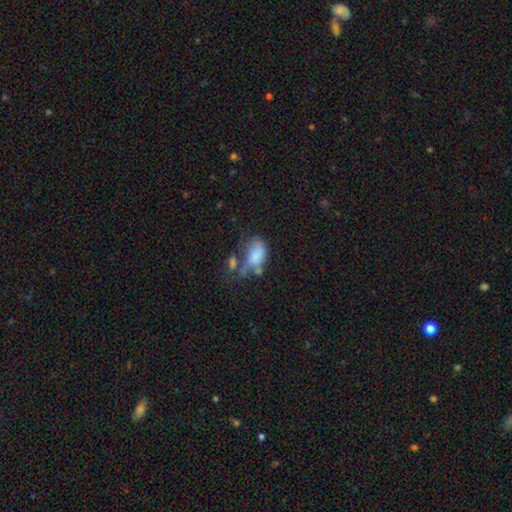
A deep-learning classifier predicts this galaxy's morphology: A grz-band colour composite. It shows a smooth galaxy with no disk features (67%) that is in between round and cigar-shaped (88%). Merging: merger (34%).